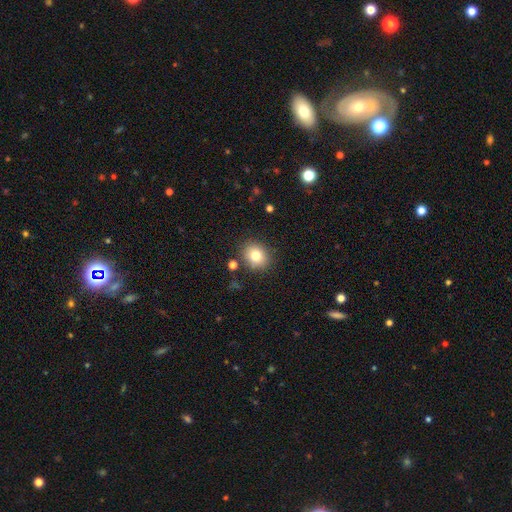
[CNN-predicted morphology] smooth 79%, star or artifact 11%, featured or disk 10%. Down the decision tree: how rounded — round (69%); merging — none (84%).